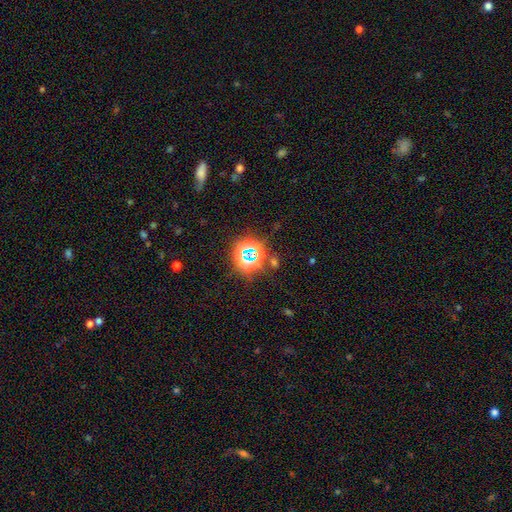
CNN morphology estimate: The model was most divided on "smooth or featured": star or artifact: 72%, smooth: 19%, featured or disk: 8%.